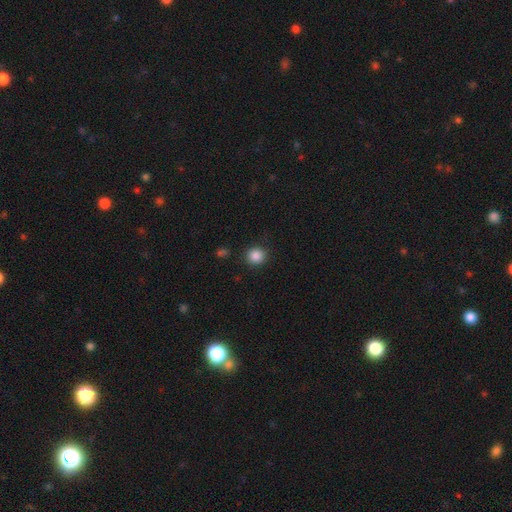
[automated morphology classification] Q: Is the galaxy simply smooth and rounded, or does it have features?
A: smooth — 87%.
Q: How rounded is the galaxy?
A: round — 90%.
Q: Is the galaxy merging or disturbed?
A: none — 88%.